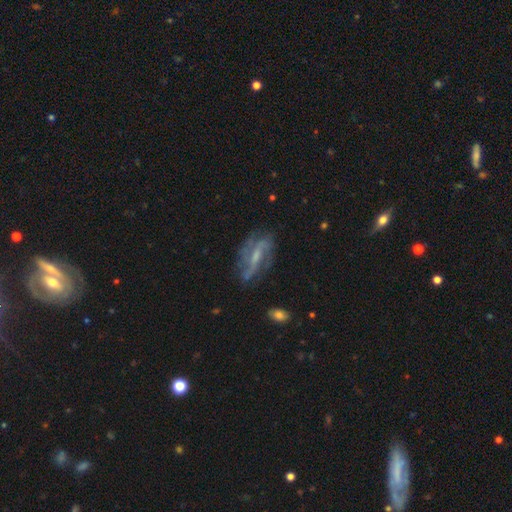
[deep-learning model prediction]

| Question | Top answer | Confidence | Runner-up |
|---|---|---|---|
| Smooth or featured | featured or disk | 77% | smooth (15%) |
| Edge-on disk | no | 88% | yes (12%) |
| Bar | weak | 42% | strong (33%) |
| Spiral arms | yes | 87% | no (13%) |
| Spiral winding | loose | 48% | medium (35%) |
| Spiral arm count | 2 | 58% | can't tell (18%) |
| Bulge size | small | 48% | moderate (33%) |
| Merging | none | 64% | minor disturbance (21%) |